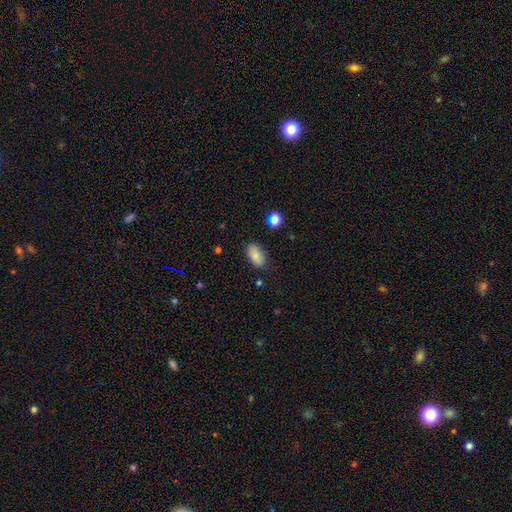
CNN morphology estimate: smooth_or_featured: smooth (p=0.86) [alt: star or artifact p=0.08]
how_rounded: in between (p=0.93) [alt: round p=0.04]
merging: none (p=0.83) [alt: minor disturbance p=0.13]